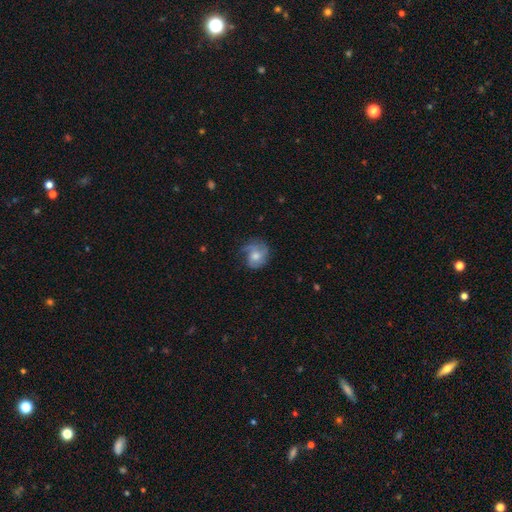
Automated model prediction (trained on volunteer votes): smooth_or_featured: featured or disk (p=0.56) [alt: smooth p=0.36]
disk_edge_on: no (p=0.97) [alt: yes p=0.03]
bar: no (p=0.73) [alt: weak p=0.23]
has_spiral_arms: yes (p=0.86) [alt: no p=0.14]
bulge_size: moderate (p=0.63) [alt: small p=0.24]
merging: none (p=0.59) [alt: minor disturbance p=0.25]